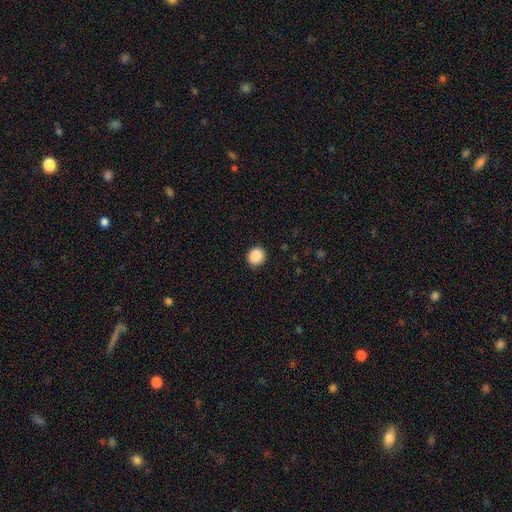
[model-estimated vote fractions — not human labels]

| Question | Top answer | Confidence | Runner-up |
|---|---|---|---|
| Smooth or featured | smooth | 89% | star or artifact (9%) |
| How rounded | round | 84% | in between (15%) |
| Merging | none | 91% | minor disturbance (6%) |